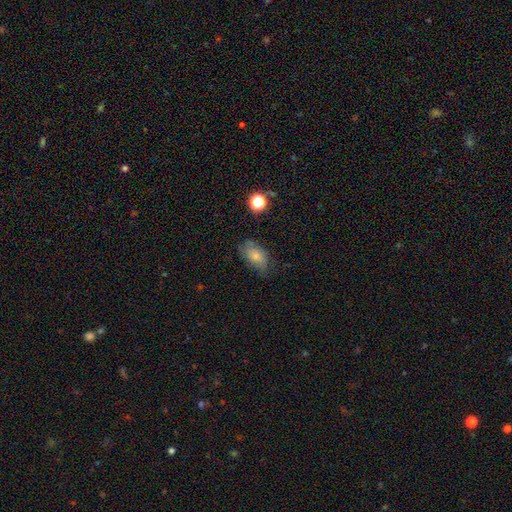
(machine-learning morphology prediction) Q: Smooth or featured?
A: smooth (70%); runner-up: featured or disk (20%)
Q: How rounded?
A: in between (90%); runner-up: round (8%)
Q: Merging?
A: none (64%); runner-up: minor disturbance (25%)